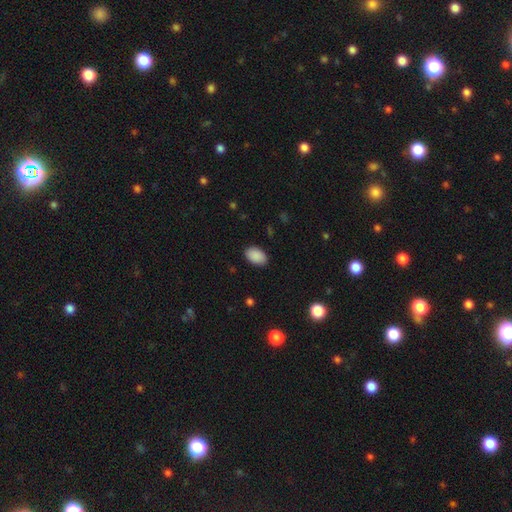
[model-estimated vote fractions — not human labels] A smooth galaxy with no disk features (90%) that is in between round and cigar-shaped (88%).

Vote fractions:
- Smooth or featured? smooth: 90% / star or artifact: 7% / featured or disk: 3%
- How rounded? in between: 88% / round: 11% / cigar-shaped: 1%
- Merging? none: 87% / minor disturbance: 10% / major disturbance: 2% / merger: 1%